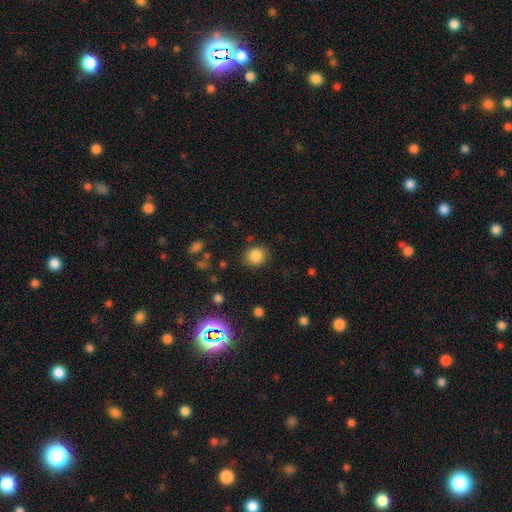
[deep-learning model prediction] Smooth or featured? smooth (85%)
How rounded? round (77%)
Merging? none (85%)